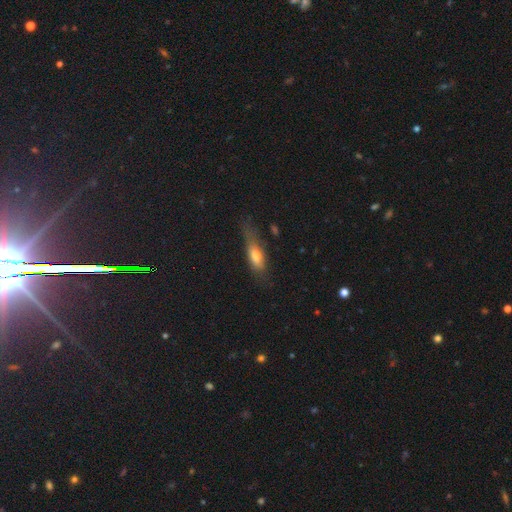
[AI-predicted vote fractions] A smooth galaxy with no disk features (69%) that is in between round and cigar-shaped (57%). Merging: none (47%).